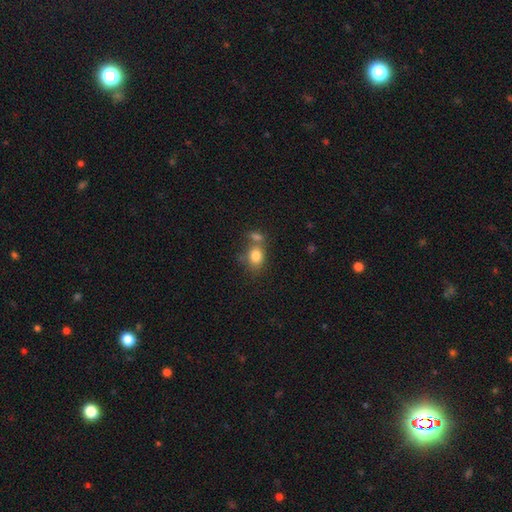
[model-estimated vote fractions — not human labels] smooth_or_featured: smooth (p=0.81) [alt: star or artifact p=0.10]
how_rounded: in between (p=0.60) [alt: round p=0.38]
merging: none (p=0.48) [alt: merger p=0.32]